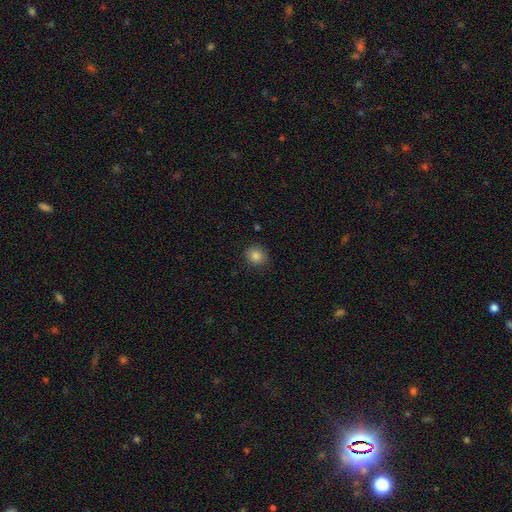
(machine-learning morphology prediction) Smooth or featured? Predicted: smooth (p=0.84). How rounded? Predicted: round (p=0.82). Merging? Predicted: none (p=0.88).